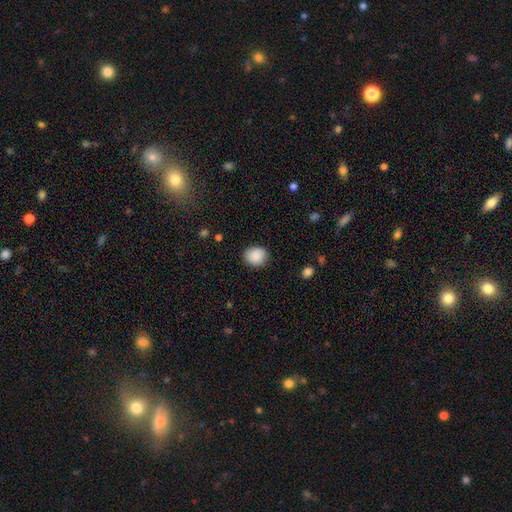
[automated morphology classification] type=smooth (89%); roundness=round (71%); merging=none (87%).